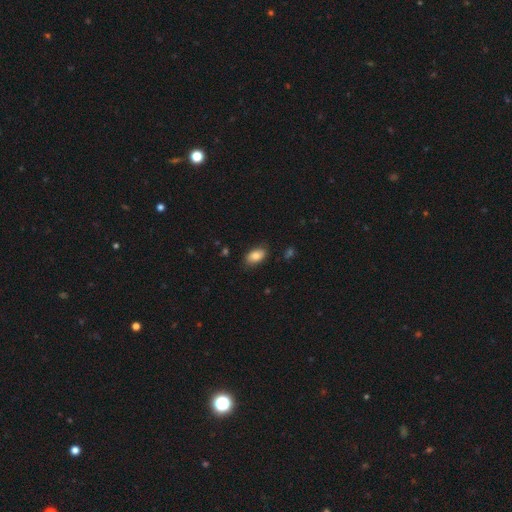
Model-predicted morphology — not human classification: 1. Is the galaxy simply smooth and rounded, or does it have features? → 81% smooth, 11% featured or disk, 8% star or artifact.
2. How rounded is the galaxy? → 92% in between, 6% round, 2% cigar-shaped.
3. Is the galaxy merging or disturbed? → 82% none, 14% minor disturbance, 3% major disturbance, 1% merger.